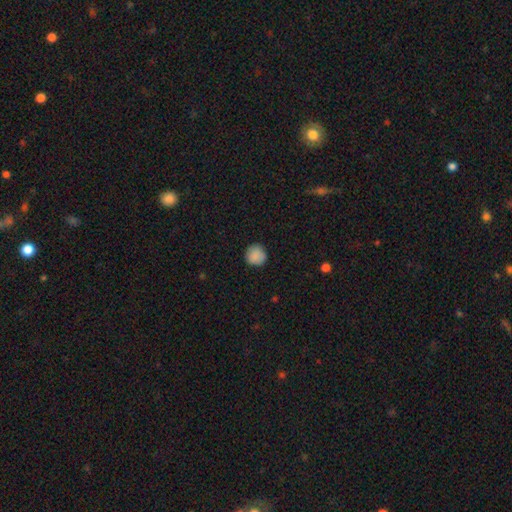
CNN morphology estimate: smooth 88%, star or artifact 8%, featured or disk 4%. Down the decision tree: how rounded — round (93%); merging — none (88%).